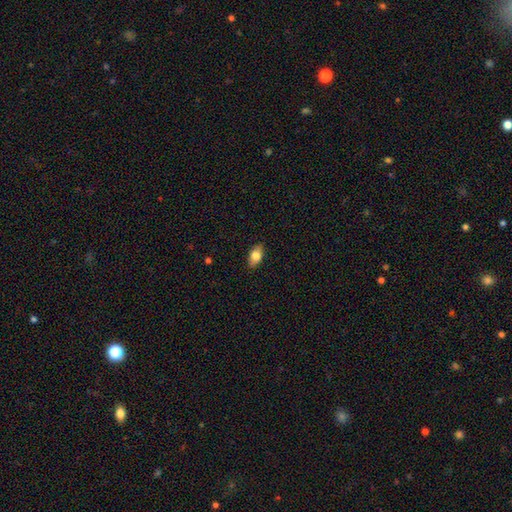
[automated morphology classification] smooth 78%, featured or disk 14%, star or artifact 7%. Down the decision tree: how rounded — in between (90%); merging — none (86%).